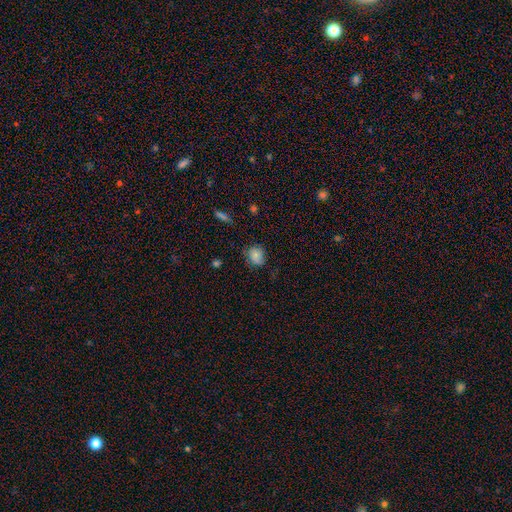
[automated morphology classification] A smooth galaxy with no disk features (79%) that is round (69%). Merging: none (68%).